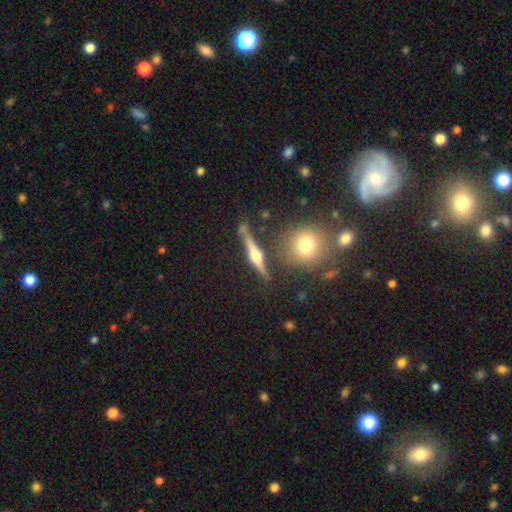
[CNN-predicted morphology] Smooth or featured? Predicted: featured or disk (p=0.74). Edge-on disk? Predicted: yes (p=0.95). Edge-on bulge? Predicted: rounded (p=0.91). Merging? Predicted: none (p=0.77).